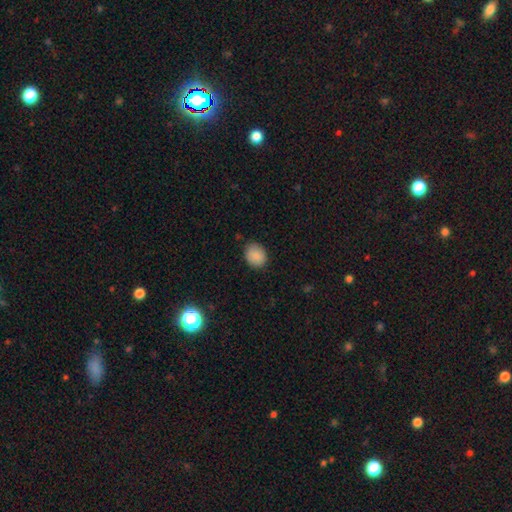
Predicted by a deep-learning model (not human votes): smooth_or_featured: smooth (p=0.86) [alt: star or artifact p=0.08]
how_rounded: round (p=0.59) [alt: in between p=0.40]
merging: none (p=0.83) [alt: minor disturbance p=0.13]